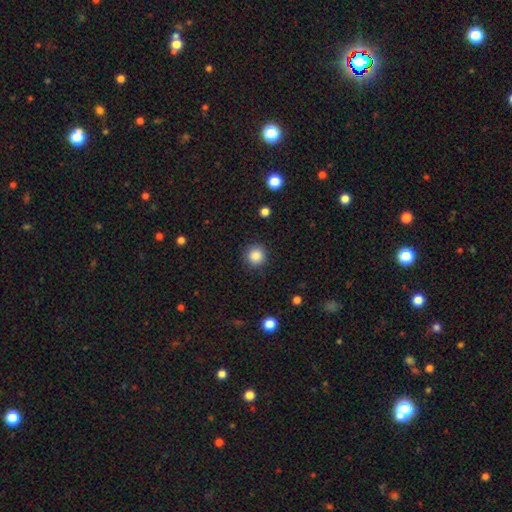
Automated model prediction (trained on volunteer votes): smooth_or_featured: smooth (p=0.86) [alt: star or artifact p=0.10]
how_rounded: round (p=0.95) [alt: in between p=0.04]
merging: none (p=0.90) [alt: minor disturbance p=0.07]